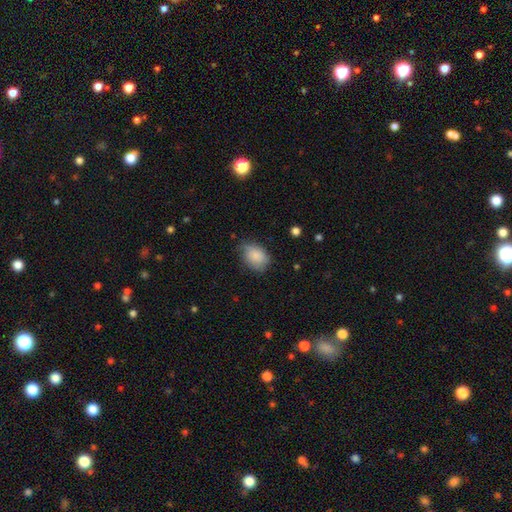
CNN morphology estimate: Smooth or featured?
  - smooth: 79% *
  - featured or disk: 13%
  - star or artifact: 7%
How rounded?
  - in between: 70% *
  - round: 29%
  - cigar-shaped: 1%
Merging?
  - none: 57% *
  - minor disturbance: 33%
  - major disturbance: 8%
  - merger: 2%